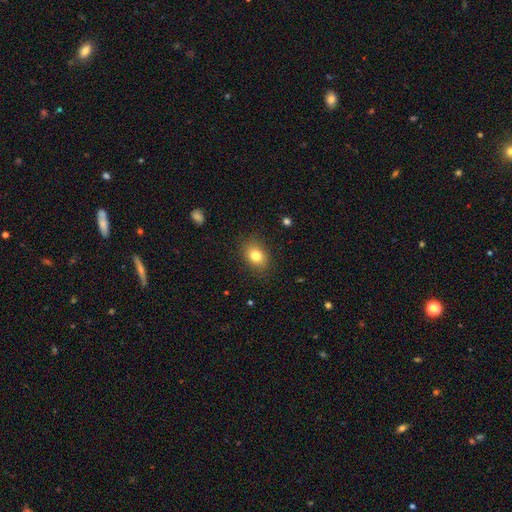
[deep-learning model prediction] This appears to be a smooth galaxy with no disk features (79%) that is in between round and cigar-shaped (63%). Merging: none (85%).